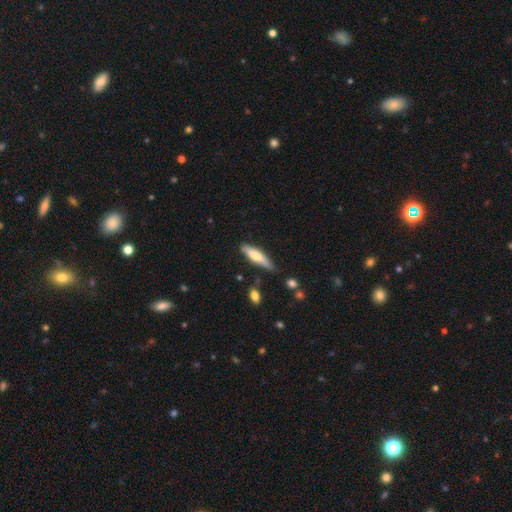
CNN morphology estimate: Smooth or featured? smooth (62%)
How rounded? cigar-shaped (72%)
Merging? none (73%)